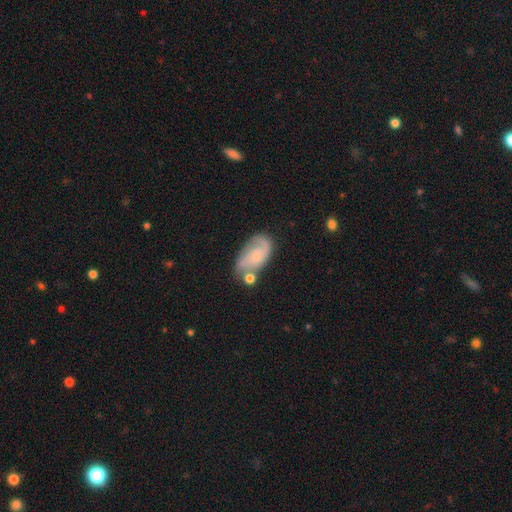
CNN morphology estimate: smooth_or_featured: featured or disk (p=0.58) [alt: smooth p=0.34]
disk_edge_on: no (p=0.95) [alt: yes p=0.05]
bar: no (p=0.67) [alt: weak p=0.28]
has_spiral_arms: yes (p=0.82) [alt: no p=0.18]
bulge_size: small (p=0.65) [alt: moderate p=0.19]
merging: none (p=0.46) [alt: minor disturbance p=0.25]